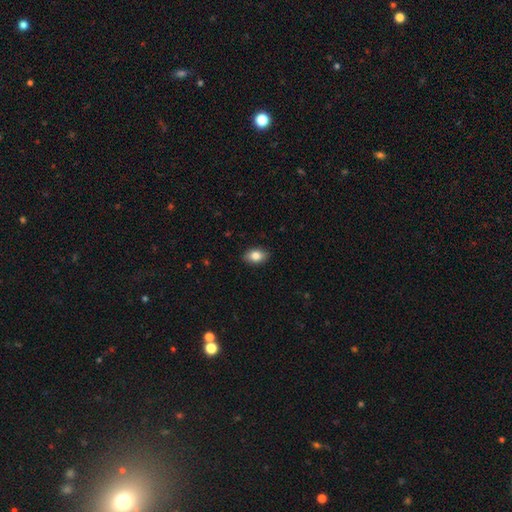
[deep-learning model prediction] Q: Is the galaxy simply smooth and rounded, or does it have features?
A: smooth — 83%.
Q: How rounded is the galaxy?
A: in between — 88%.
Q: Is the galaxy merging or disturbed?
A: none — 89%.